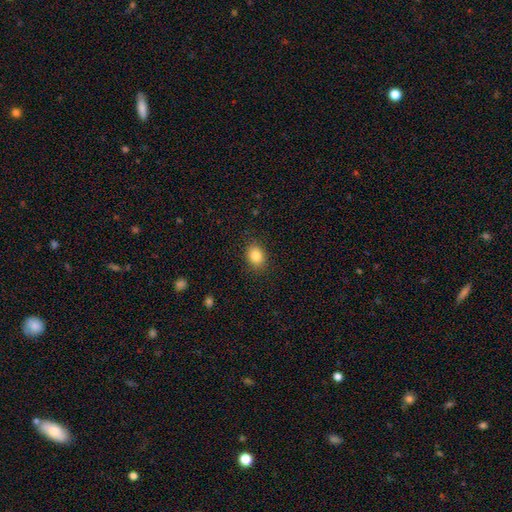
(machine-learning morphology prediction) Smooth or featured? Predicted: smooth (p=0.85). How rounded? Predicted: in between (p=0.59). Merging? Predicted: none (p=0.87).